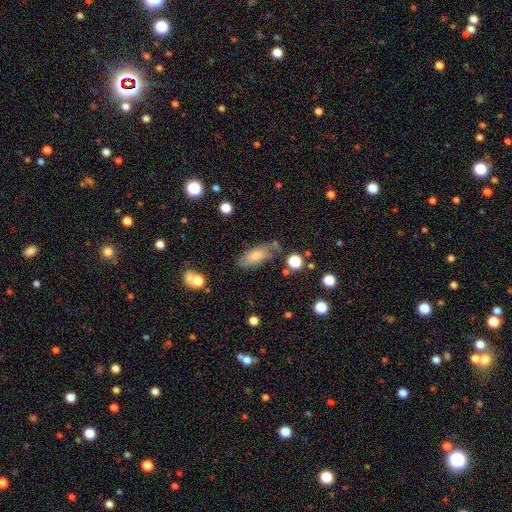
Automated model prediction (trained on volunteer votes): Morphology: type=smooth (73%); roundness=in between (83%); merging=none (62%).